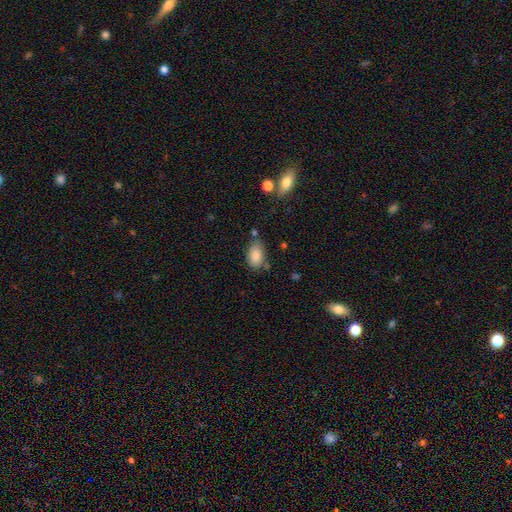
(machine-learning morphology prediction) smooth-or-featured: smooth: 85% | star or artifact: 7% | featured or disk: 7%
  how-rounded: in between: 92% | round: 7% | cigar-shaped: 2%
  merging: none: 63% | minor disturbance: 24% | merger: 8% | major disturbance: 6%